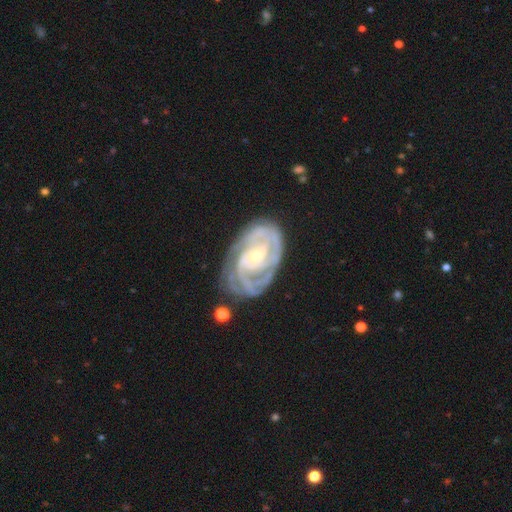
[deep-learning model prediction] smooth-or-featured: featured or disk: 88% | smooth: 7% | star or artifact: 5%
  disk-edge-on: no: 97% | yes: 3%
    bar: no: 54% | weak: 34% | strong: 13%
    has-spiral-arms: yes: 96% | no: 4%
      spiral-winding: tight: 69% | medium: 26% | loose: 5%
      spiral-arm-count: 2: 28% | can't tell: 27% | 3: 25% | 4: 10% | 1: 5% | more than 4: 5%
    bulge-size: small: 64% | moderate: 32% | large: 2% | none: 1% | dominant: 1%
  merging: none: 61% | minor disturbance: 24% | major disturbance: 13% | merger: 3%